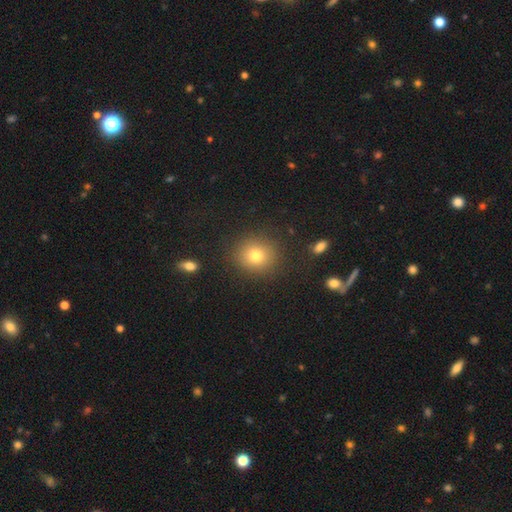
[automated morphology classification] smooth 77%, star or artifact 13%, featured or disk 9%. Down the decision tree: how rounded — round (87%); merging — none (88%).